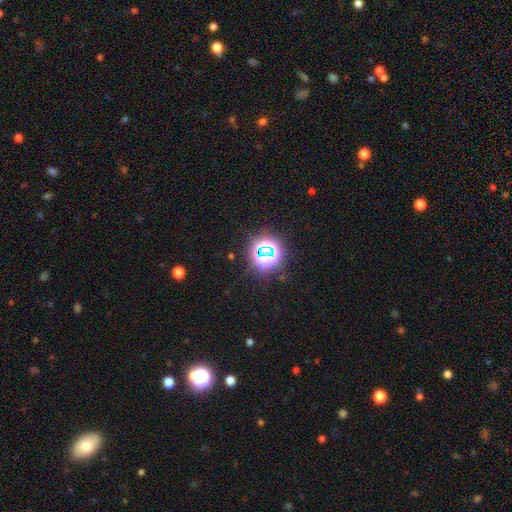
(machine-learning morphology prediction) type=star or artifact (72%).